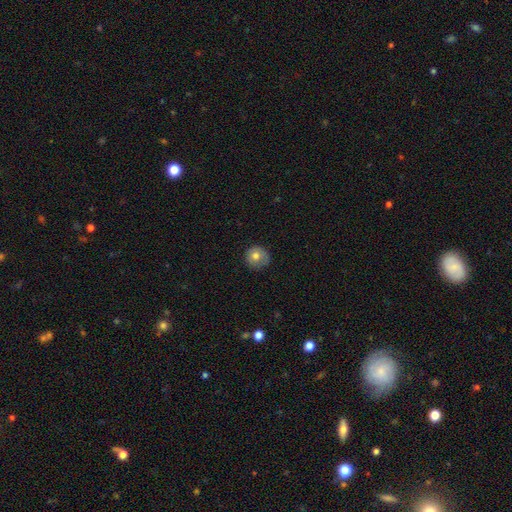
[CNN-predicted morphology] Smooth or featured? smooth (73%)
How rounded? round (91%)
Merging? none (76%)